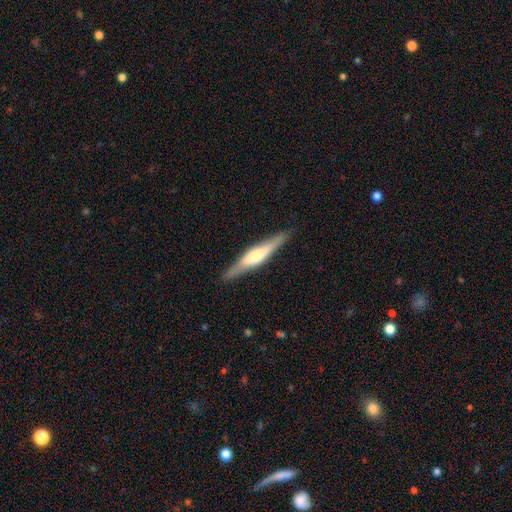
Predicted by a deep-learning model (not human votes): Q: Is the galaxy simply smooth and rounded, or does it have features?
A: featured or disk — 64%.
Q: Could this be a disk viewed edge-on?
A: yes — 96%.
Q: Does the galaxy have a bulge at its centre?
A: rounded — 60%.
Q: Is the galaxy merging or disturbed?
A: none — 88%.